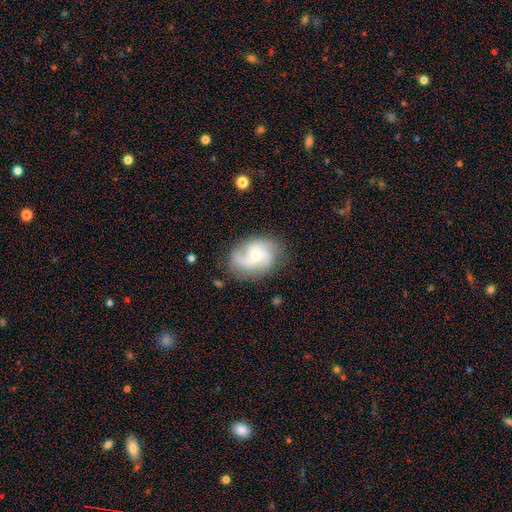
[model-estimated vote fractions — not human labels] Morphology: type=featured or disk (75%); edge-on=no (98%); bar=no (61%); spiral arms=yes (95%); winding=medium (46%); arm count=2 (42%); bulge=small (58%); merging=none (70%).